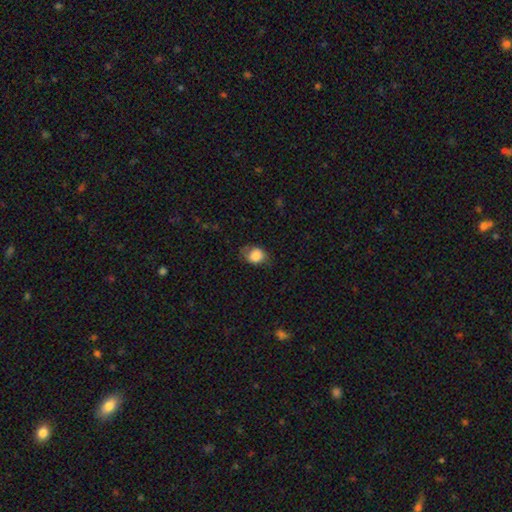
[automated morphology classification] type=smooth (85%); roundness=round (50%); merging=none (63%).